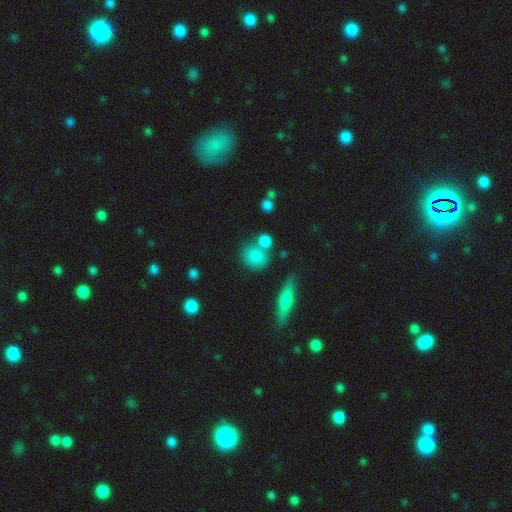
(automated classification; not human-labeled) smooth_or_featured: smooth (p=0.80) [alt: star or artifact p=0.10]
how_rounded: round (p=0.69) [alt: in between p=0.27]
merging: none (p=0.57) [alt: merger p=0.25]